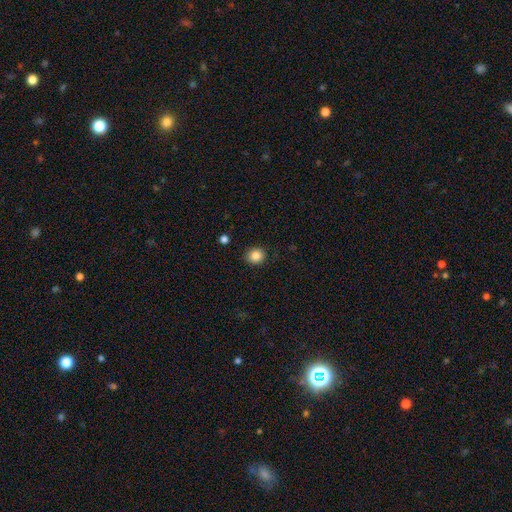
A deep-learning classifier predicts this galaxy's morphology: smooth 85%, star or artifact 10%, featured or disk 5%. Down the decision tree: how rounded — round (84%); merging — none (90%).